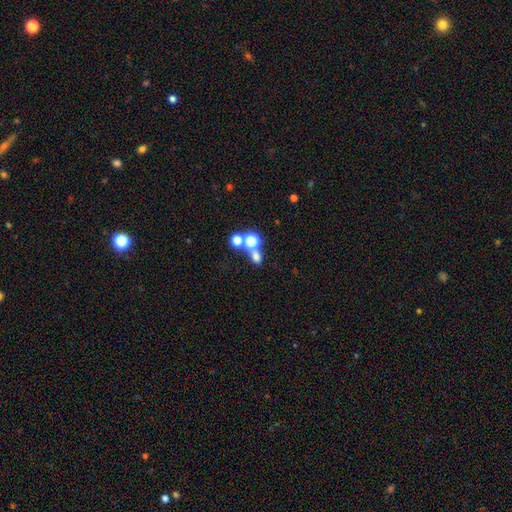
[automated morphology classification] Overall: smooth (63%; star or artifact 27%). How rounded: round (61%; in between 37%). Merging: none (50%; merger 36%).